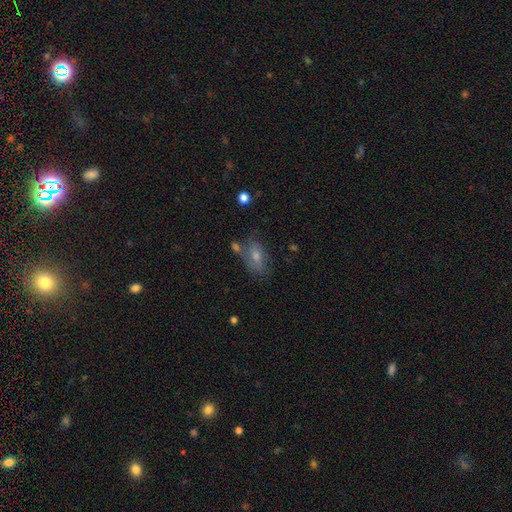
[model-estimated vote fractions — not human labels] Morphology: type=smooth (45%); merging=none (58%).